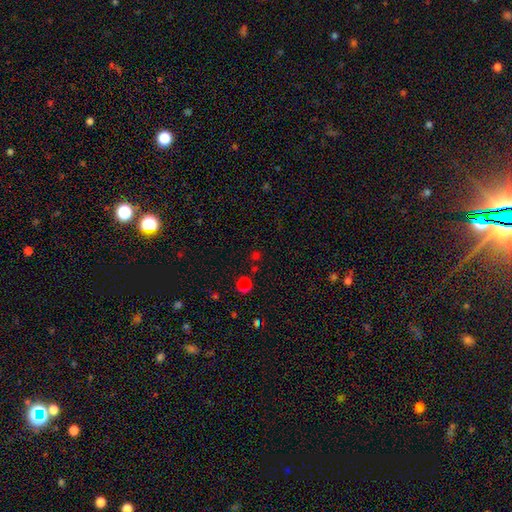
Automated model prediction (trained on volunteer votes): Overall: smooth (55%; star or artifact 38%). How rounded: round (87%). Merging: none (73%).